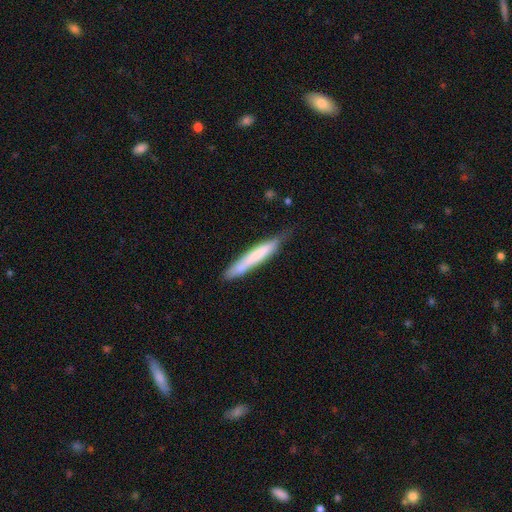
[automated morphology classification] type=smooth (66%); roundness=cigar-shaped (93%); merging=none (69%).